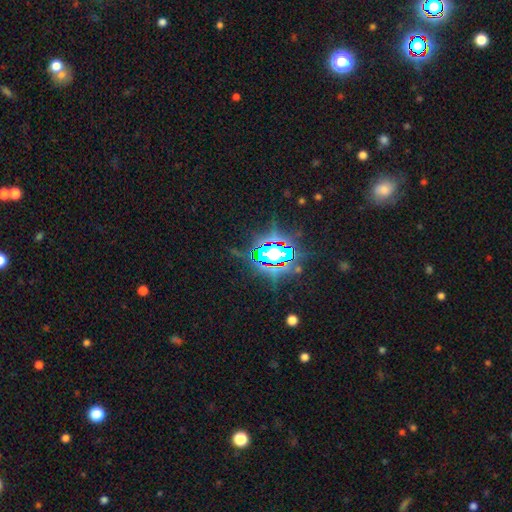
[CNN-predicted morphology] Smooth or featured? star or artifact (80%)